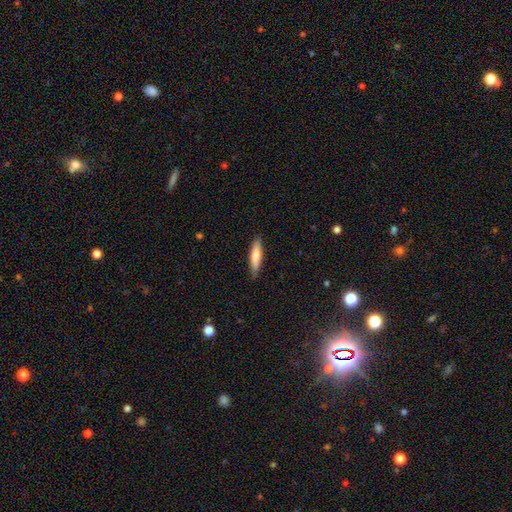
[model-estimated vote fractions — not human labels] smooth_or_featured: smooth (p=0.73) [alt: featured or disk p=0.22]
how_rounded: cigar-shaped (p=0.76) [alt: in between p=0.23]
merging: none (p=0.86) [alt: minor disturbance p=0.11]